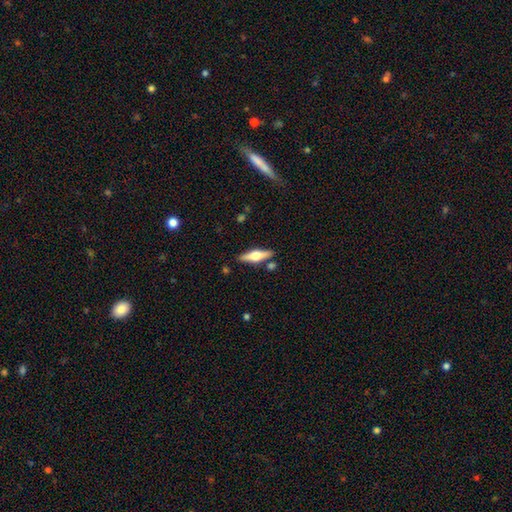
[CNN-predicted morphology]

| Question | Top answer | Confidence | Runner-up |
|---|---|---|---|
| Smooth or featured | featured or disk | 63% | smooth (32%) |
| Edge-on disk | yes | 95% | no (5%) |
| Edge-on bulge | rounded | 94% | boxy (4%) |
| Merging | none | 84% | minor disturbance (9%) |